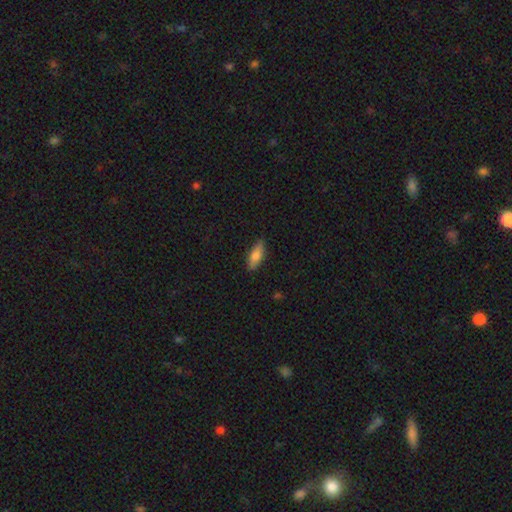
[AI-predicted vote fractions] This is likely a smooth galaxy (74%). How rounded: likely in between (62%). Merging: clearly none (86%).